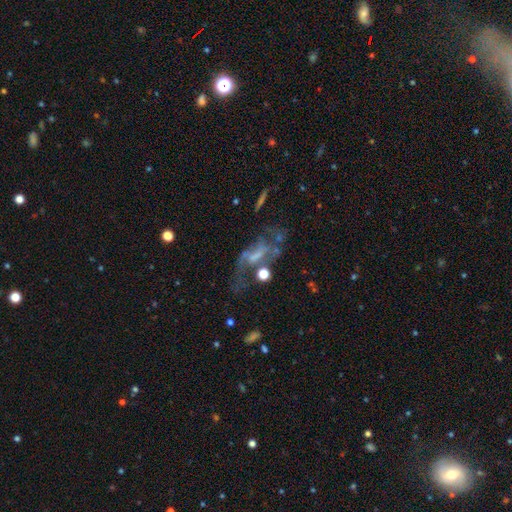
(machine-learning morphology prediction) Overall: featured or disk (65%). Edge-on disk: no (91%). Bar: no (40%; weak 39%). Spiral arms: yes (64%; no 36%). Bulge size: none (40%; small 31%). Merging: none (39%; major disturbance 34%).